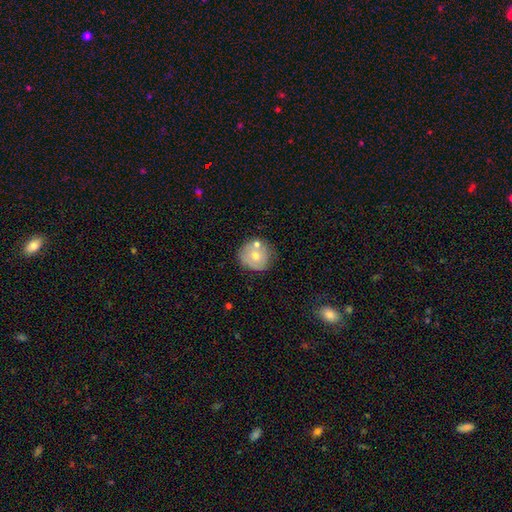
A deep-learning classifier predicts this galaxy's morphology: This is possibly a smooth galaxy (59%). How rounded: clearly round (88%). Merging: possibly none (58%).